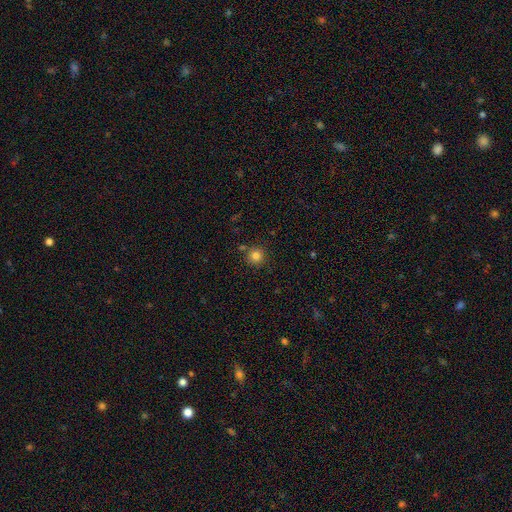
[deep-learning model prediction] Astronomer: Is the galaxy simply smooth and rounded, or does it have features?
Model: smooth — 81%.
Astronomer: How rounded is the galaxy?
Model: round — 94%.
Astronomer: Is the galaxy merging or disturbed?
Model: none — 81%.